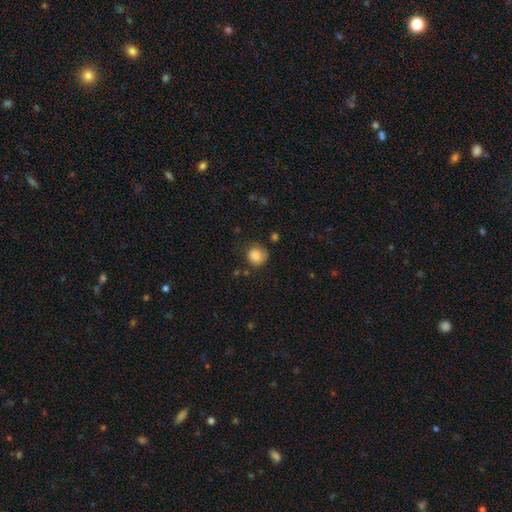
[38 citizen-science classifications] Smooth or featured?
  - smooth: 89% *
  - star or artifact: 8%
  - featured or disk: 3%
How rounded?
  - round: 97% *
  - in between: 3%
  - cigar-shaped: 0%
Merging?
  - none: 80% *
  - minor disturbance: 14%
  - major disturbance: 3%
  - merger: 3%